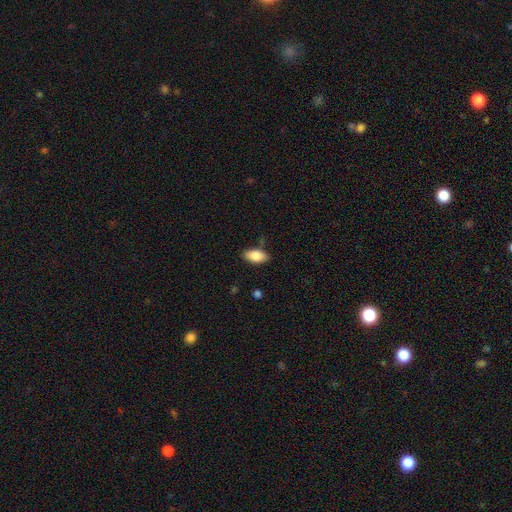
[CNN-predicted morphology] type=smooth (82%); roundness=in between (92%); merging=none (82%).